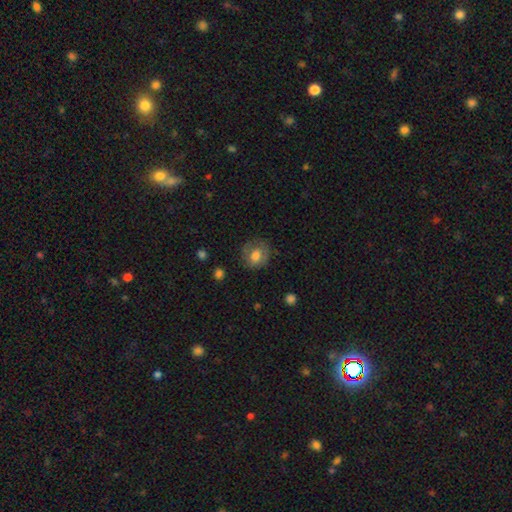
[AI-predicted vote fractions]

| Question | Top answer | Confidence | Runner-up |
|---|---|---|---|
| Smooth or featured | smooth | 61% | featured or disk (31%) |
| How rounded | round | 69% | in between (30%) |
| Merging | none | 73% | minor disturbance (18%) |